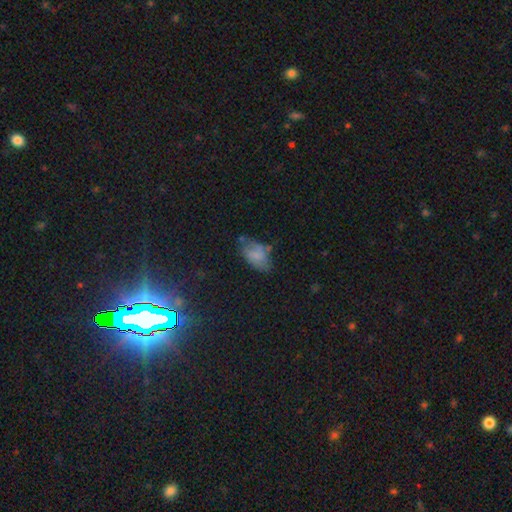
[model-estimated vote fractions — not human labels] Smooth or featured?
  - smooth: 65% *
  - featured or disk: 23%
  - star or artifact: 12%
How rounded?
  - in between: 92% *
  - round: 5%
  - cigar-shaped: 3%
Merging?
  - none: 47% *
  - minor disturbance: 33%
  - major disturbance: 14%
  - merger: 6%